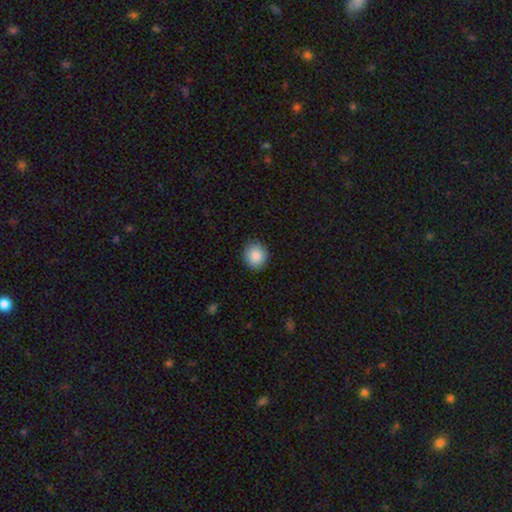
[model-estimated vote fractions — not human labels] smooth 88%, star or artifact 7%, featured or disk 5%. Down the decision tree: how rounded — round (85%); merging — none (89%).